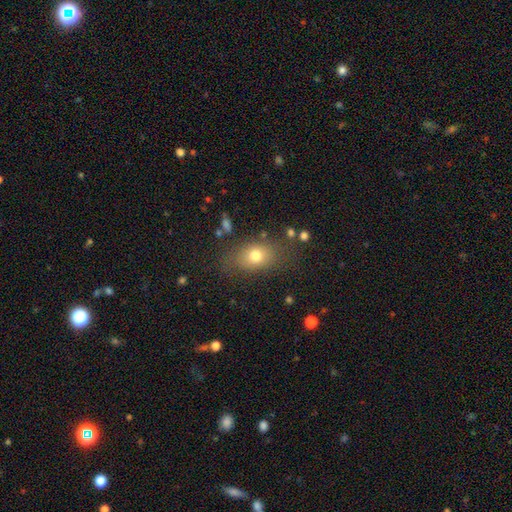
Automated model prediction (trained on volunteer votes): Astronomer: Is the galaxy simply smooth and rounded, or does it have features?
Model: smooth — 74%.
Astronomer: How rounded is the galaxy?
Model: in between — 71%.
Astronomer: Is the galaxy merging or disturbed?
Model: none — 75%.